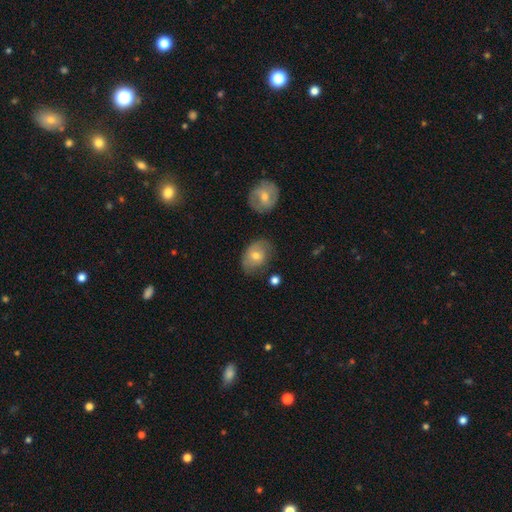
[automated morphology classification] smooth_or_featured: smooth (p=0.60) [alt: featured or disk p=0.32]
how_rounded: in between (p=0.70) [alt: round p=0.29]
merging: none (p=0.60) [alt: minor disturbance p=0.27]